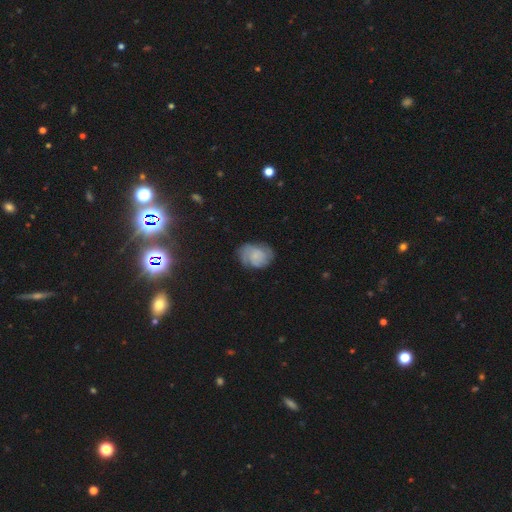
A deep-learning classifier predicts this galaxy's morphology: Smooth or featured? Predicted: featured or disk (p=0.47). Merging? Predicted: none (p=0.62).